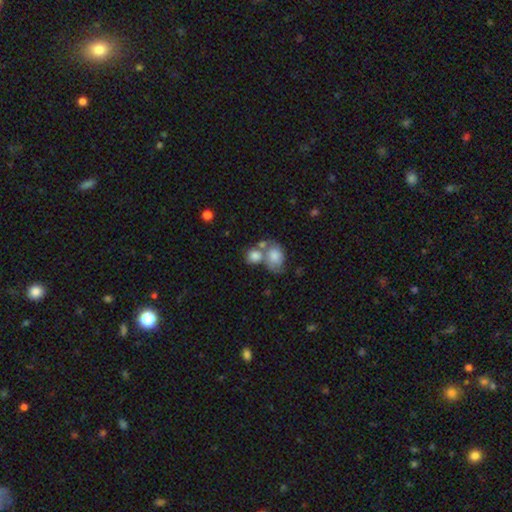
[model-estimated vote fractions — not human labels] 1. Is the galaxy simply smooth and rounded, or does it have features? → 76% smooth, 16% featured or disk, 8% star or artifact.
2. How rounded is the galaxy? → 59% round, 40% in between, 1% cigar-shaped.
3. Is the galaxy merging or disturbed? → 52% merger, 31% none, 11% minor disturbance, 6% major disturbance.